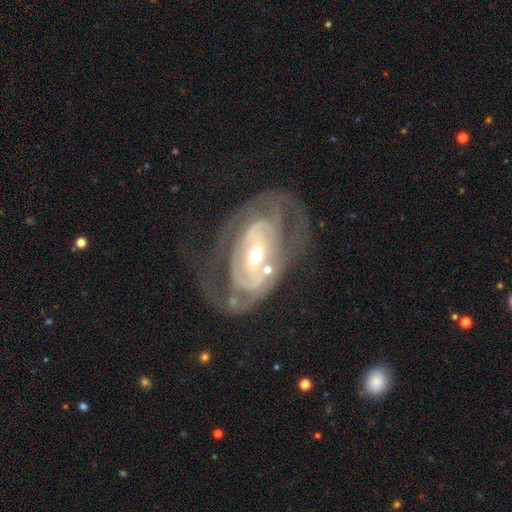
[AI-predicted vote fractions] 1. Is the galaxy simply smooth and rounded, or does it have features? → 86% featured or disk, 9% smooth, 6% star or artifact.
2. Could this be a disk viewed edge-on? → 95% no, 5% yes.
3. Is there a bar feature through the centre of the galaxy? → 35% weak, 33% no, 32% strong.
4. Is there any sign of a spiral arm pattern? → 81% yes, 19% no.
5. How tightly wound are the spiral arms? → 58% tight, 31% medium, 12% loose.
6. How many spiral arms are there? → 47% 2, 31% can't tell, 9% 3, 6% 1, 4% 4, 3% more than 4.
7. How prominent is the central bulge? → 51% moderate, 44% small, 3% large, 1% none, 1% dominant.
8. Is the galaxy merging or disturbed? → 54% none, 23% major disturbance, 18% minor disturbance, 5% merger.